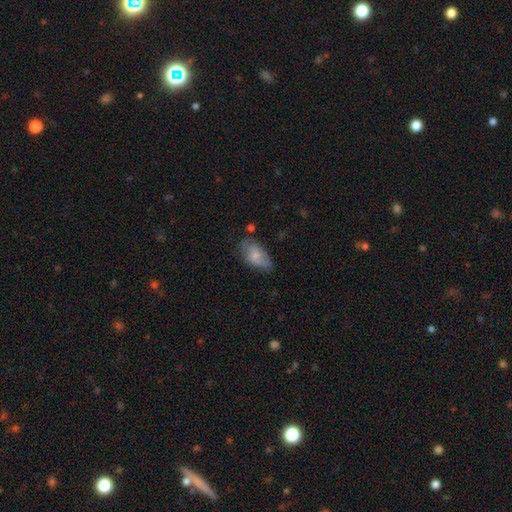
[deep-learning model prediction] Smooth or featured? smooth (71%)
How rounded? in between (93%)
Merging? none (54%)